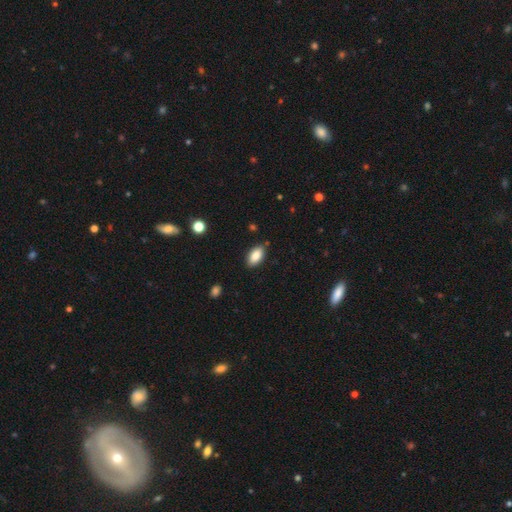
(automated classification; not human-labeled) Overall: smooth (87%). How rounded: in between (93%). Merging: none (85%).